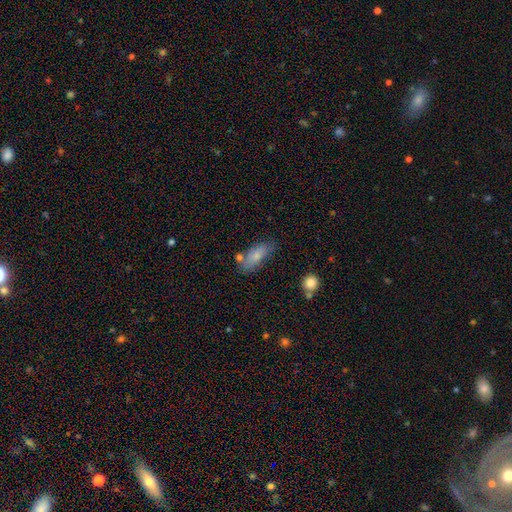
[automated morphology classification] This is likely a smooth galaxy (75%). How rounded: clearly in between (81%). Merging: likely none (61%).